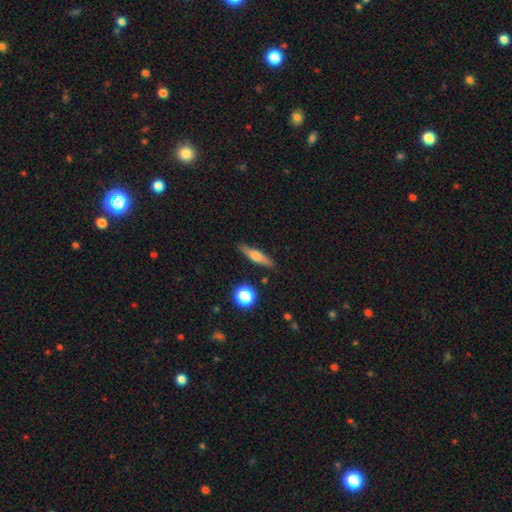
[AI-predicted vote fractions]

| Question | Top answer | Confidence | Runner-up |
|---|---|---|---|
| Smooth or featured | smooth | 46% | tied: featured or disk (46%) |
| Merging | none | 86% | minor disturbance (10%) |